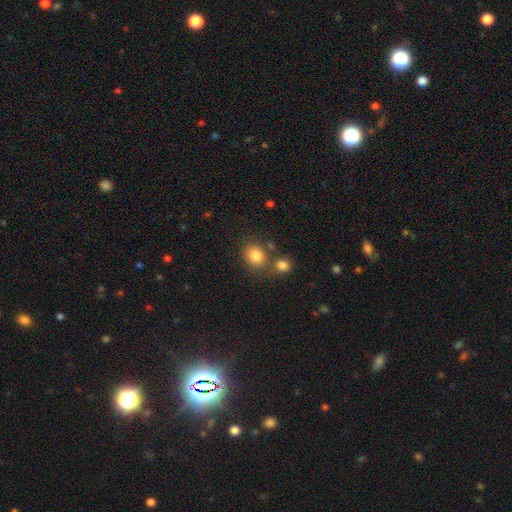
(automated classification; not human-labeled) Smooth or featured?
  - smooth: 83% *
  - star or artifact: 10%
  - featured or disk: 7%
How rounded?
  - round: 63% *
  - in between: 36%
  - cigar-shaped: 1%
Merging?
  - none: 63% *
  - merger: 21%
  - minor disturbance: 11%
  - major disturbance: 4%